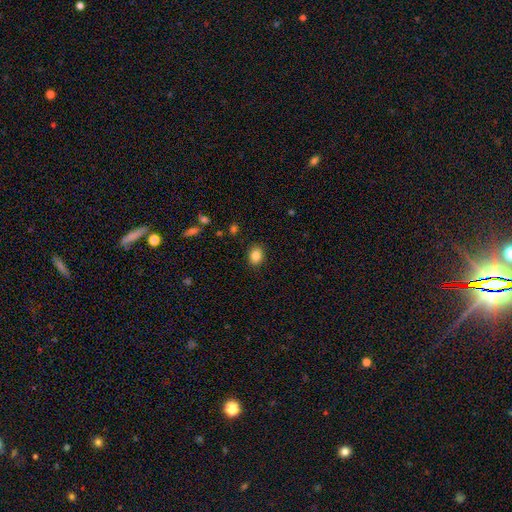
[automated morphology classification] This is clearly a smooth galaxy (85%). How rounded: possibly in between (52%). Merging: clearly none (88%).